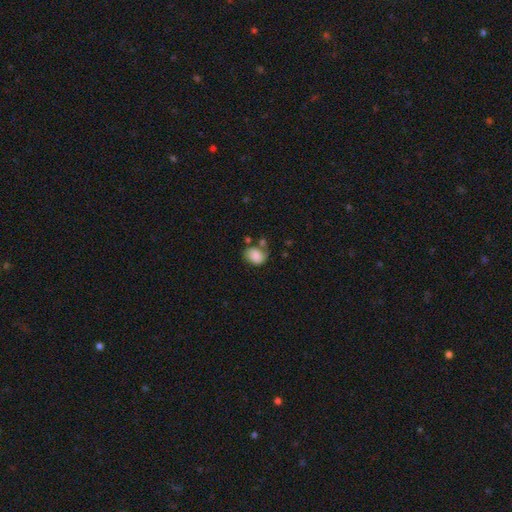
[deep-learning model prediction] Smooth or featured: smooth — 80% (featured or disk — 11%)
How rounded: in between — 57% (round — 42%)
Merging: none — 47% (minor disturbance — 26%)